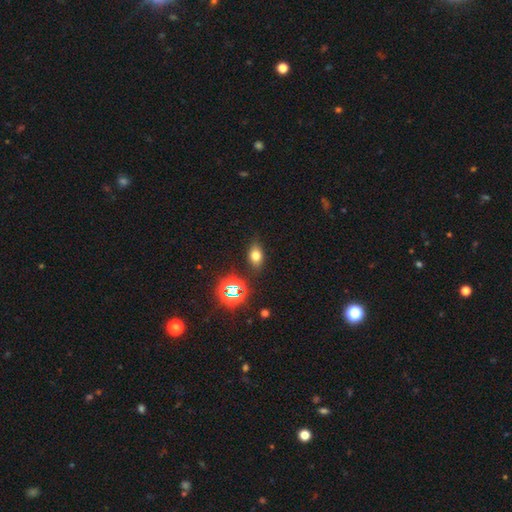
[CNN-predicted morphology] Smooth or featured: smooth — 68% (star or artifact — 20%)
How rounded: in between — 78% (round — 18%)
Merging: none — 84% (minor disturbance — 11%)